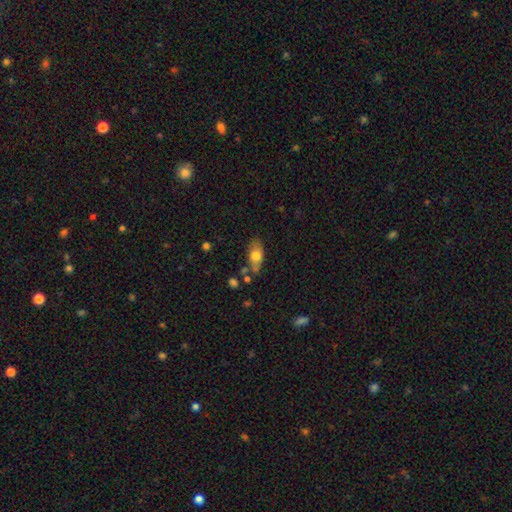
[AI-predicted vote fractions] Overall: smooth (71%). How rounded: in between (83%). Merging: none (66%).